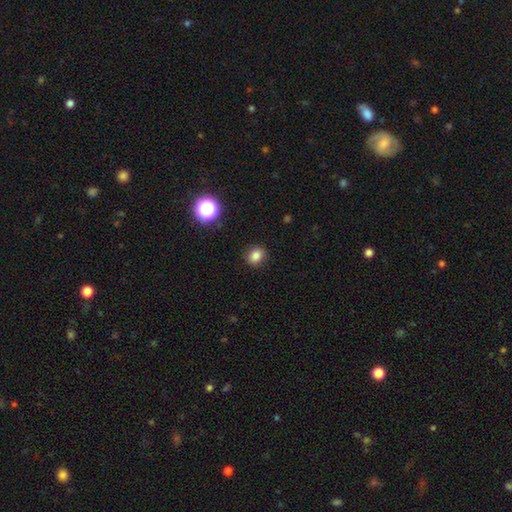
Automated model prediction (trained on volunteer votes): smooth 81%, star or artifact 13%, featured or disk 6%. Down the decision tree: how rounded — round (69%); merging — none (88%).